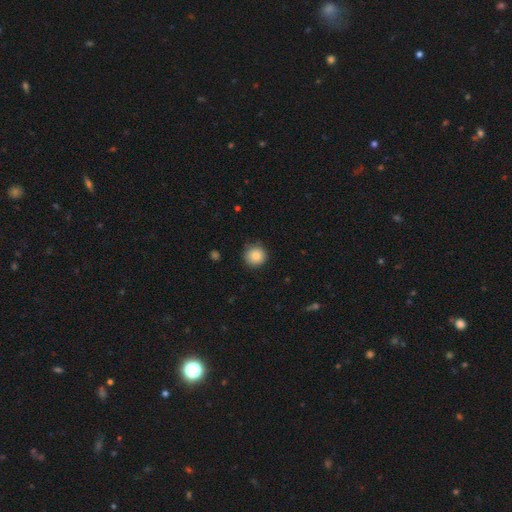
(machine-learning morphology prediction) Smooth or featured? smooth (86%)
How rounded? round (94%)
Merging? none (85%)